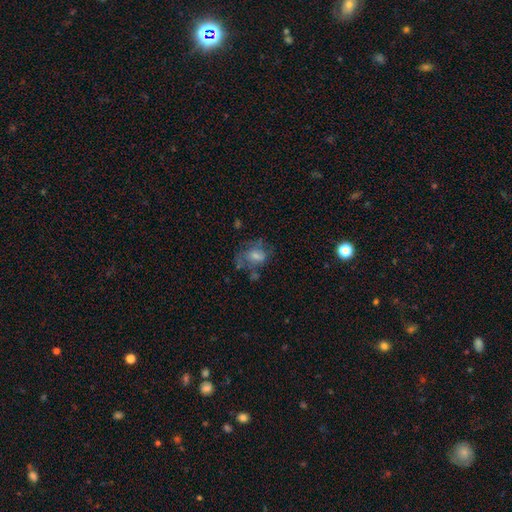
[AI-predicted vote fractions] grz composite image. It shows a smooth galaxy with no disk features (49%). Merging: none (37%).